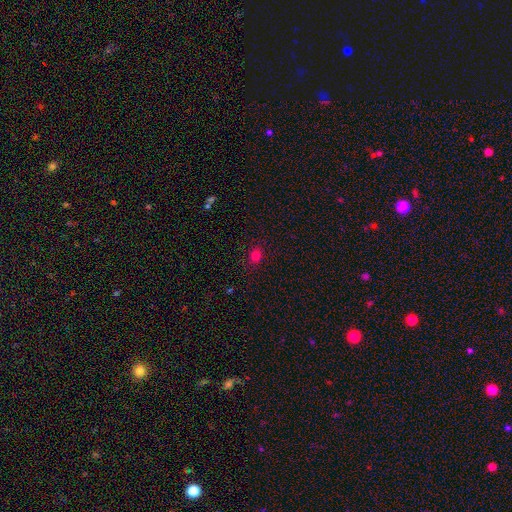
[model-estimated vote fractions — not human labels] smooth-or-featured: smooth: 78% | star or artifact: 17% | featured or disk: 6%
  how-rounded: round: 59% | in between: 39% | cigar-shaped: 1%
  merging: none: 86% | minor disturbance: 10% | major disturbance: 3% | merger: 1%